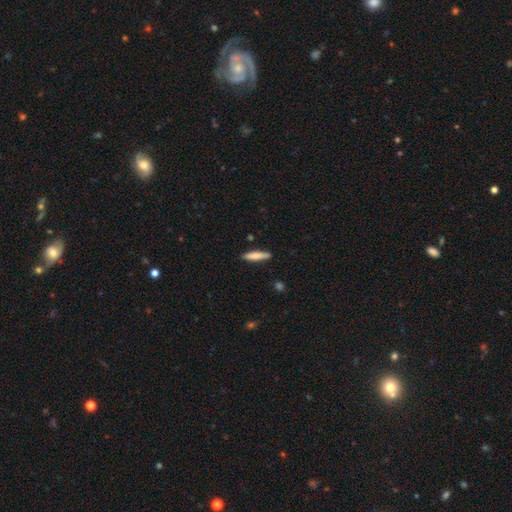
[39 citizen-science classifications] Smooth or featured? 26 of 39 (67%) said smooth. How rounded? 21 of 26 (81%) said cigar-shaped. Merging? 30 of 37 (81%) said none.